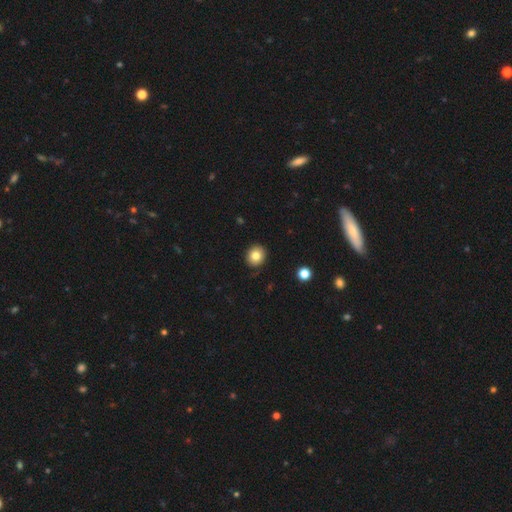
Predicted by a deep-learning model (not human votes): Overall: smooth (81%). How rounded: round (86%). Merging: none (89%).